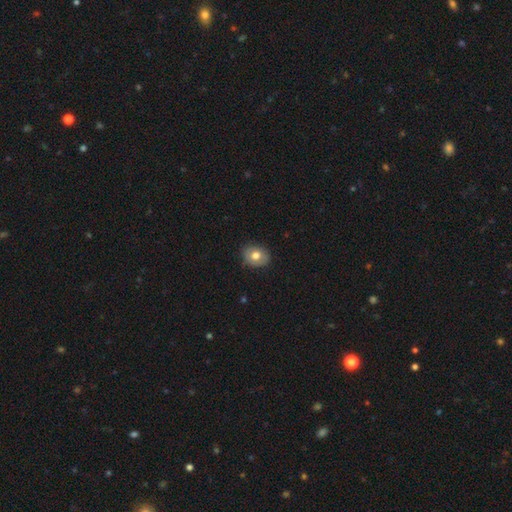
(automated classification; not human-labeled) smooth_or_featured: smooth (p=0.70) [alt: featured or disk p=0.22]
how_rounded: in between (p=0.51) [alt: round p=0.48]
merging: none (p=0.83) [alt: minor disturbance p=0.13]